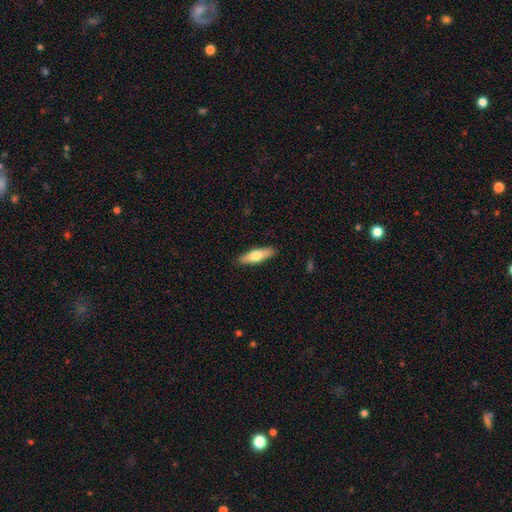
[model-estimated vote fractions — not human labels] This appears to be a smooth galaxy with no disk features (59%) that is cigar-shaped (64%). Merging: none (89%).